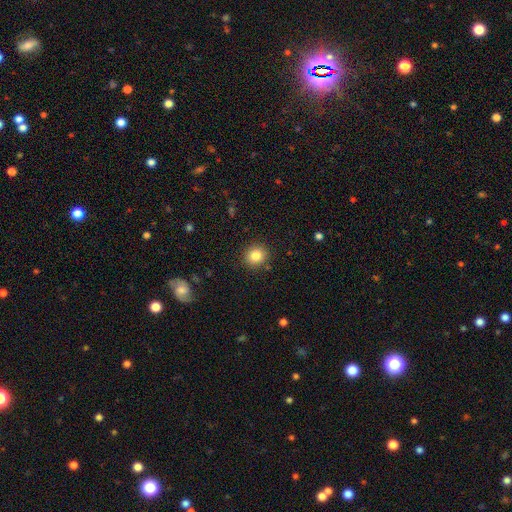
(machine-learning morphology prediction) smooth 83%, star or artifact 10%, featured or disk 6%. Down the decision tree: how rounded — round (85%); merging — none (90%).